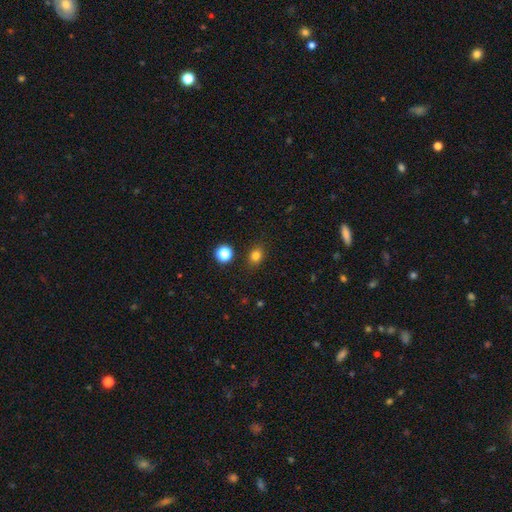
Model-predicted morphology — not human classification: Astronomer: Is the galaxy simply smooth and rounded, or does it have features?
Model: smooth — 80%.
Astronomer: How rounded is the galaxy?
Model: round — 52% (runner-up: in between, 46%).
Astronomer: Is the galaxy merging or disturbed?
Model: none — 85%.